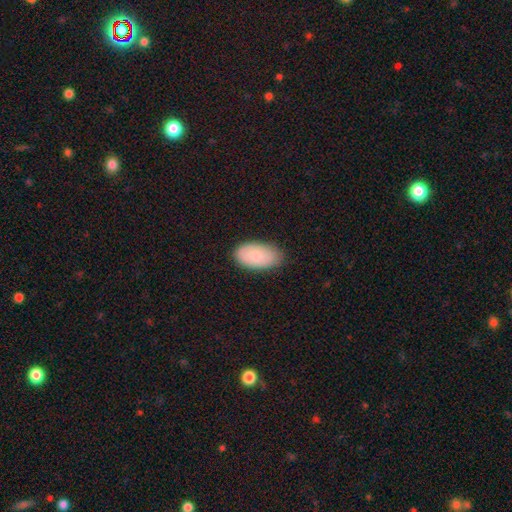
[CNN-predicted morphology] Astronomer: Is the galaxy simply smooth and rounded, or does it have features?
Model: smooth — 83%.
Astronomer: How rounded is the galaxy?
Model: in between — 95%.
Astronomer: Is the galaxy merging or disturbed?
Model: none — 79%.